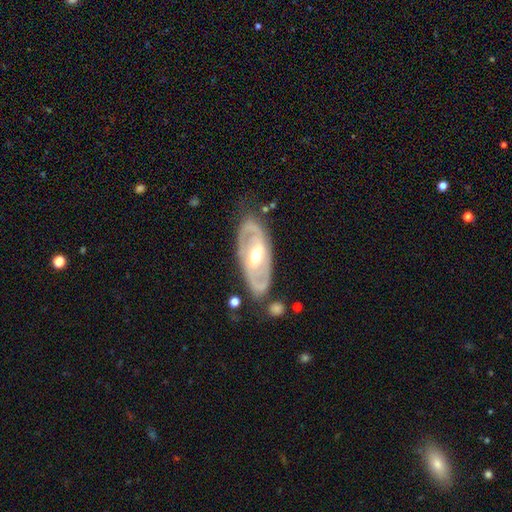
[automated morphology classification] smooth_or_featured: featured or disk (p=0.82) [alt: smooth p=0.14]
disk_edge_on: no (p=0.90) [alt: yes p=0.10]
bar: weak (p=0.39) [alt: no p=0.37]
has_spiral_arms: yes (p=0.79) [alt: no p=0.21]
spiral_winding: tight (p=0.51) [alt: medium p=0.36]
spiral_arm_count: 2 (p=0.72) [alt: can't tell p=0.19]
bulge_size: moderate (p=0.67) [alt: small p=0.27]
merging: none (p=0.74) [alt: minor disturbance p=0.16]